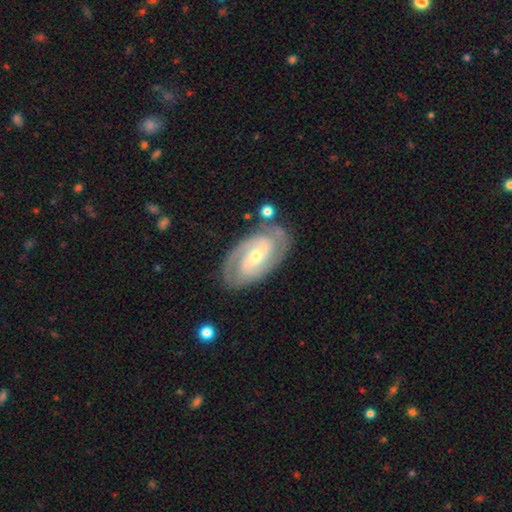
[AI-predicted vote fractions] Smooth or featured: featured or disk — 87% (smooth — 9%)
Edge-on disk: no — 95% (yes — 5%)
Bar: weak — 41% (no — 35%)
Spiral arms: yes — 96% (no — 4%)
Spiral winding: tight — 56% (medium — 37%)
Spiral arm count: 2 — 71% (3 — 13%)
Bulge size: small — 54% (moderate — 43%)
Merging: none — 78% (minor disturbance — 14%)